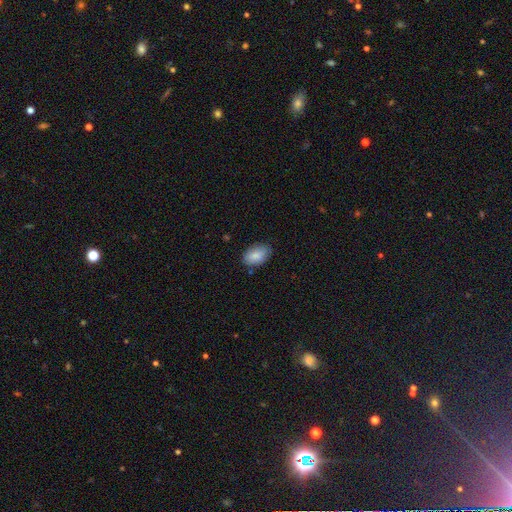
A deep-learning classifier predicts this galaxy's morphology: A smooth galaxy with no disk features (85%) that is in between round and cigar-shaped (91%).

Vote fractions:
- Smooth or featured? smooth: 85% / featured or disk: 9% / star or artifact: 7%
- How rounded? in between: 91% / round: 8% / cigar-shaped: 1%
- Merging? none: 77% / minor disturbance: 19% / major disturbance: 3% / merger: 2%